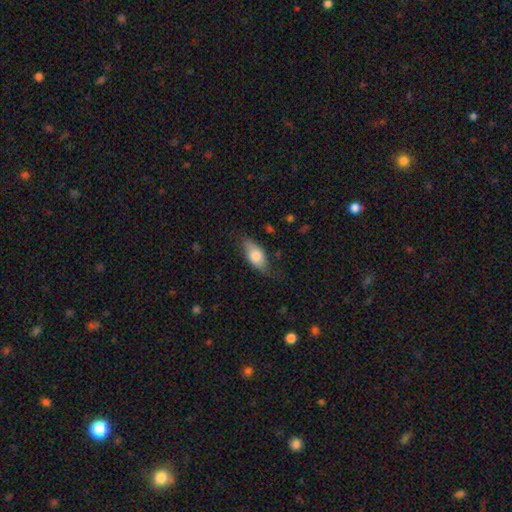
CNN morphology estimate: Smooth or featured? Predicted: smooth (p=0.72). How rounded? Predicted: in between (p=0.85). Merging? Predicted: none (p=0.65).